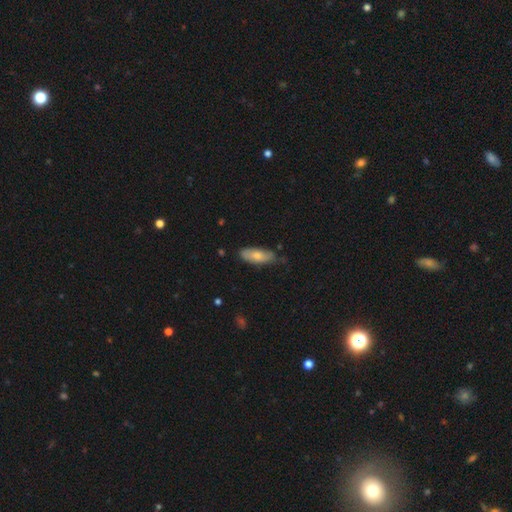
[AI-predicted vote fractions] This appears to be a smooth galaxy with no disk features (64%) that is in between round and cigar-shaped (64%). Merging: none (74%).